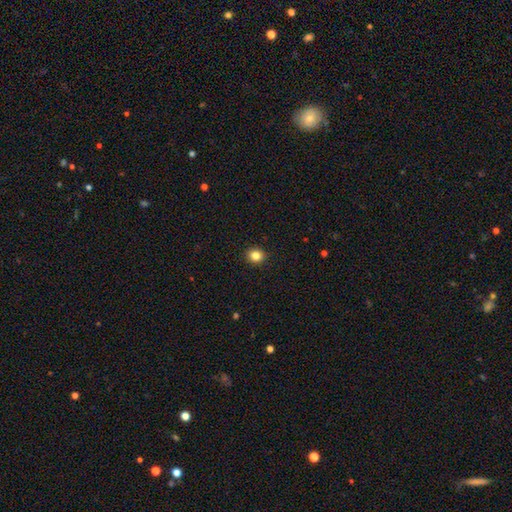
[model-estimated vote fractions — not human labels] Smooth or featured?
  - smooth: 84% *
  - star or artifact: 11%
  - featured or disk: 5%
How rounded?
  - round: 79% *
  - in between: 20%
  - cigar-shaped: 1%
Merging?
  - none: 92% *
  - minor disturbance: 5%
  - major disturbance: 2%
  - merger: 1%